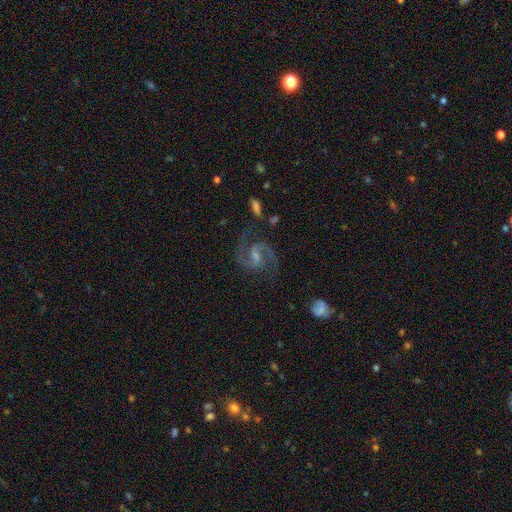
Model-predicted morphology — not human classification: This is clearly a featured or disk galaxy (91%). It is clearly not viewed edge-on (98%). Bar: possibly weak (56%). Spiral arm pattern: clearly yes (98%). Spiral arm count: clearly 2 (94%). Spiral winding: likely medium (67%). Central bulge: marginally small (43%). Merging: likely none (79%).